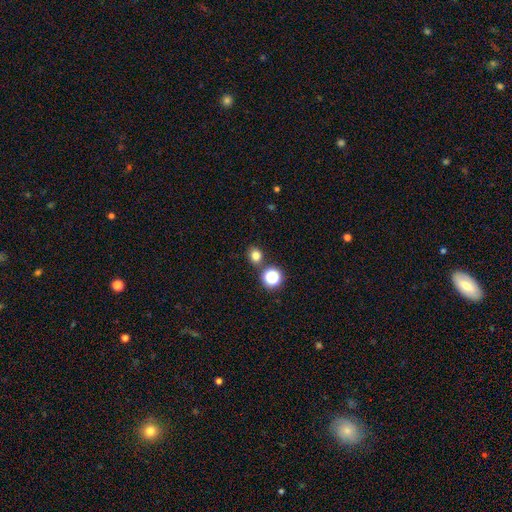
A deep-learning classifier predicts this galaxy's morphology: This is likely a smooth galaxy (77%). How rounded: likely round (73%). Merging: likely none (78%).